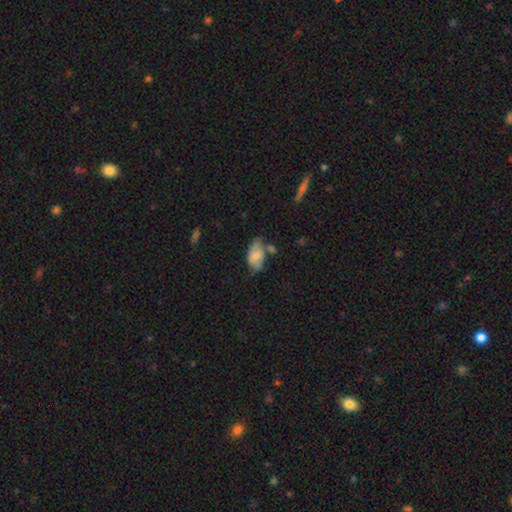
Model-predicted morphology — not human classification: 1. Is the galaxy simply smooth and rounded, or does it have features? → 60% smooth, 32% featured or disk, 8% star or artifact.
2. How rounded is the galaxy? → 91% in between, 6% round, 2% cigar-shaped.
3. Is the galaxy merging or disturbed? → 38% none, 31% minor disturbance, 16% merger, 15% major disturbance.